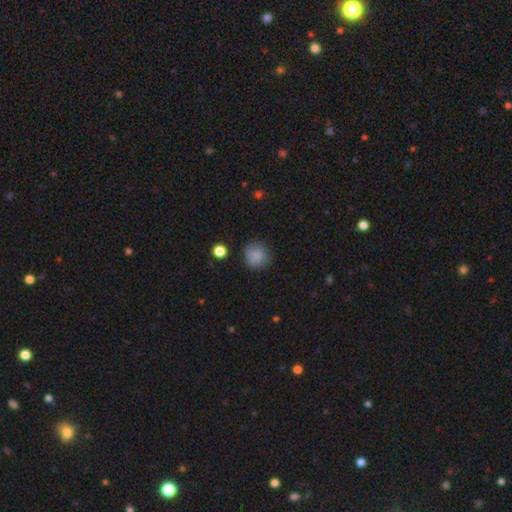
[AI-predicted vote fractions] Smooth or featured? smooth (83%)
How rounded? round (88%)
Merging? none (76%)